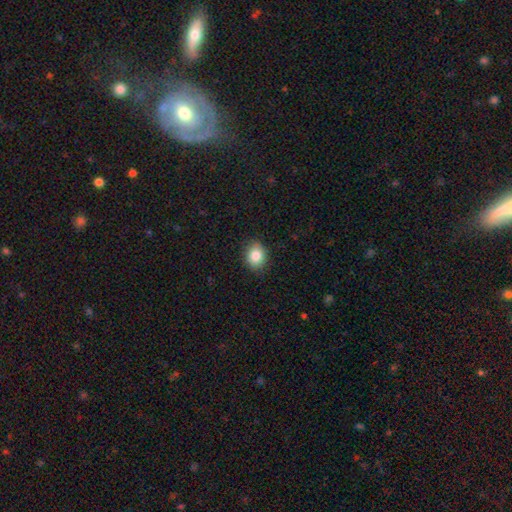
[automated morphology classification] This appears to be a smooth galaxy with no disk features (85%) that is in between round and cigar-shaped (53%). Merging: none (86%).